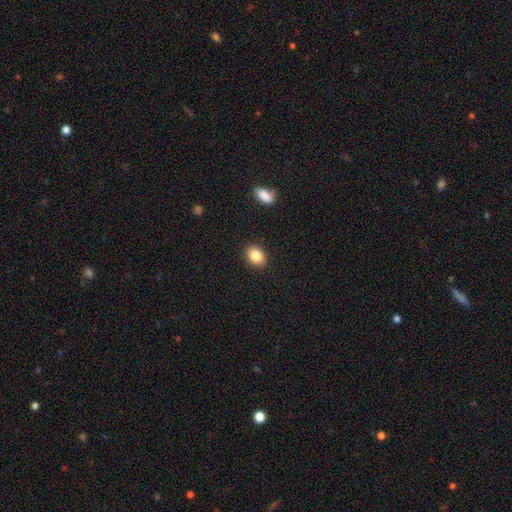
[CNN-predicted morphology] type=smooth (85%); roundness=in between (58%); merging=none (90%).